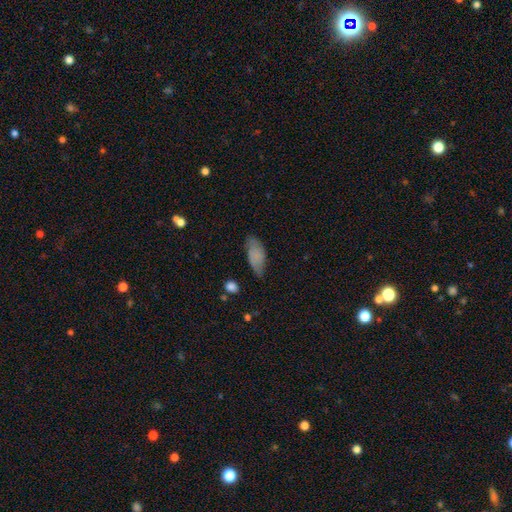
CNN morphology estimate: The model was most divided on "merging": none: 63%, minor disturbance: 28%, major disturbance: 7%, merger: 2%. More confident: how rounded — in between (90%); smooth or featured — smooth (77%).